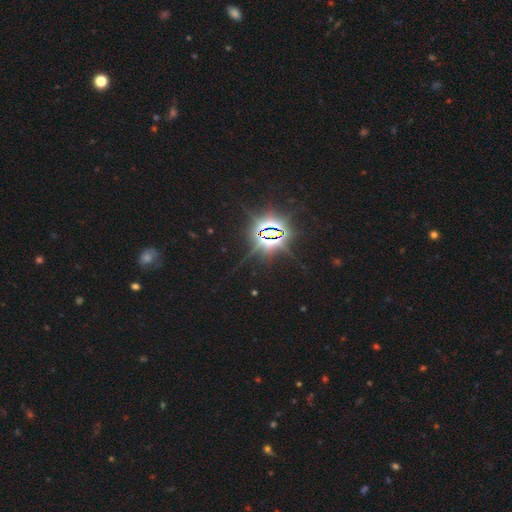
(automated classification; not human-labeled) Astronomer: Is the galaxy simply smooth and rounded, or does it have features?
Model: star or artifact — 86%.